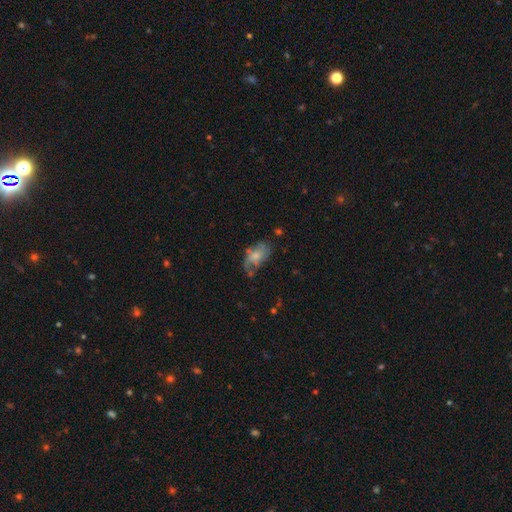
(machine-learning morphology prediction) smooth_or_featured: smooth (p=0.48) [alt: featured or disk p=0.43]
merging: none (p=0.46) [alt: minor disturbance p=0.30]